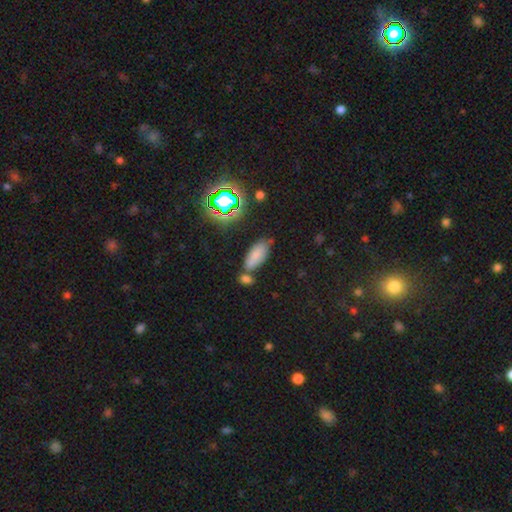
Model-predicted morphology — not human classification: smooth-or-featured: smooth: 76% | star or artifact: 15% | featured or disk: 9%
  how-rounded: in between: 83% | cigar-shaped: 14% | round: 3%
  merging: none: 61% | merger: 18% | minor disturbance: 16% | major disturbance: 5%